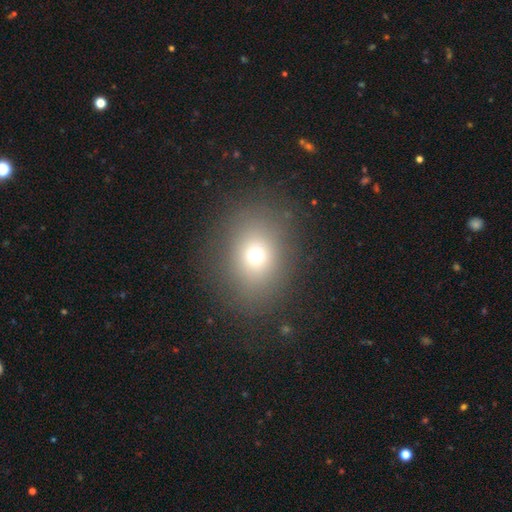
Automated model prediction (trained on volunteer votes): Q: Smooth or featured?
A: smooth (69%); runner-up: star or artifact (19%)
Q: How rounded?
A: round (58%); runner-up: in between (41%)
Q: Merging?
A: none (84%); runner-up: minor disturbance (9%)